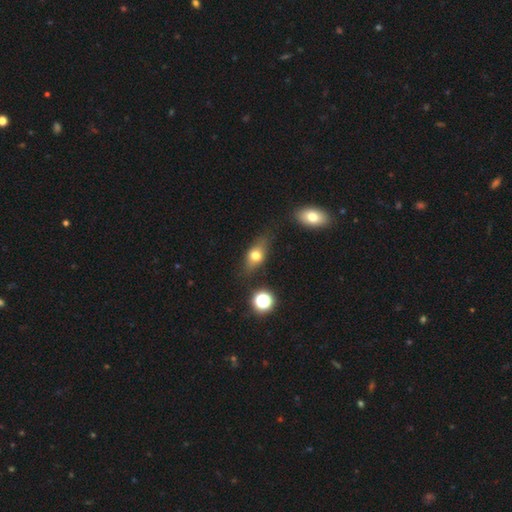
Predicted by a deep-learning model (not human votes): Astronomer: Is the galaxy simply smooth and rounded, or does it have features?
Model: smooth — 62%.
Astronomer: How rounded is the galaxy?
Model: in between — 68%.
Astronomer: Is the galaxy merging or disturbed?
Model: none — 73%.